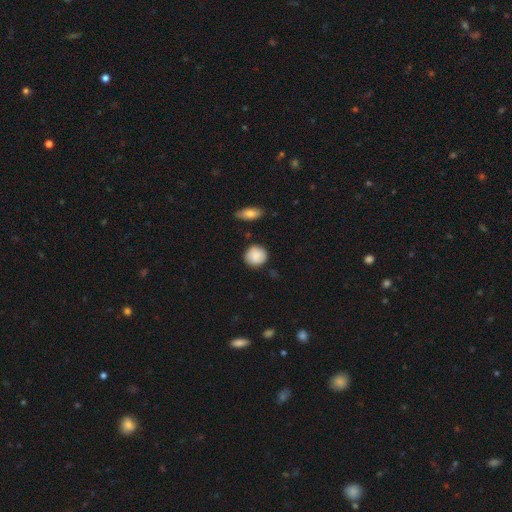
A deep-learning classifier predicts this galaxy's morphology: Smooth or featured: smooth — 86% (featured or disk — 7%)
How rounded: round — 88% (in between — 11%)
Merging: none — 83% (minor disturbance — 12%)